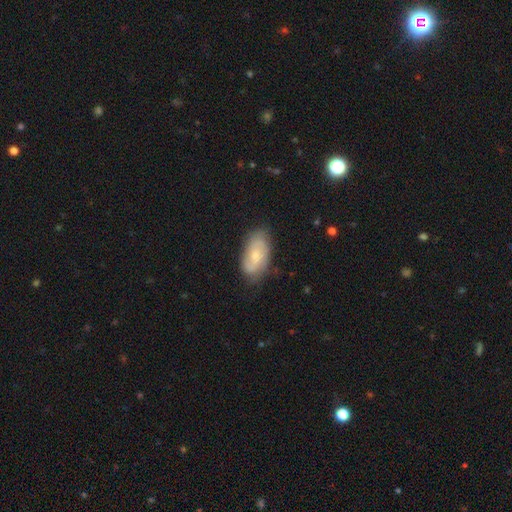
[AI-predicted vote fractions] Smooth or featured: featured or disk — 56% (smooth — 38%)
Edge-on disk: no — 94% (yes — 6%)
Bar: no — 63% (weak — 32%)
Spiral arms: yes — 87% (no — 13%)
Bulge size: small — 55% (moderate — 38%)
Merging: none — 74% (minor disturbance — 20%)